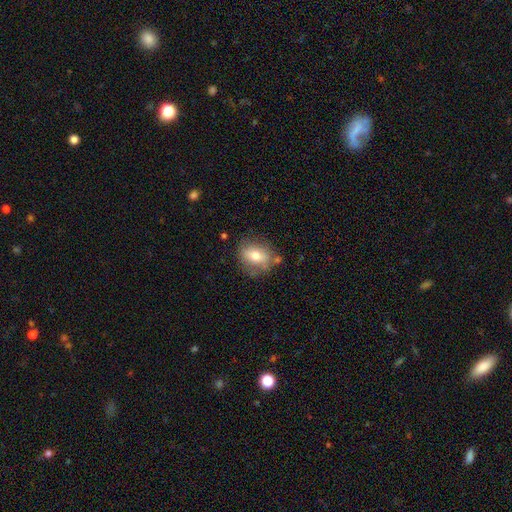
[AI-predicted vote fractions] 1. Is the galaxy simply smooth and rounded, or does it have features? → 66% smooth, 25% featured or disk, 9% star or artifact.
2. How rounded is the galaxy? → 53% in between, 45% round, 2% cigar-shaped.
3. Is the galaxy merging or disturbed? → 71% none, 18% minor disturbance, 6% major disturbance, 5% merger.